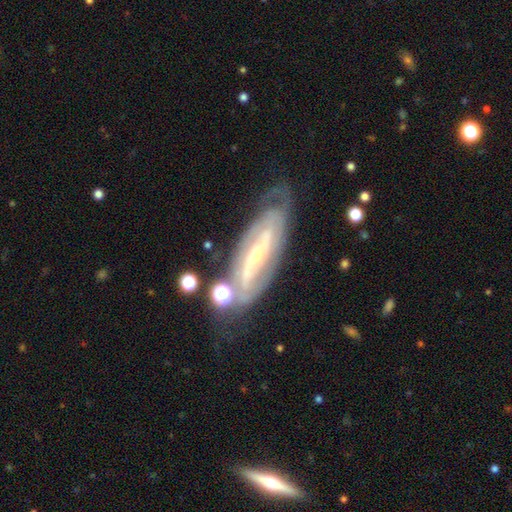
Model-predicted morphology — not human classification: This appears to be a featured or disk galaxy (84%) with a strong bar (48%), 2 (62%) tight (53%) spiral arms (91%) and a small central bulge (68%). Merging: none (70%).